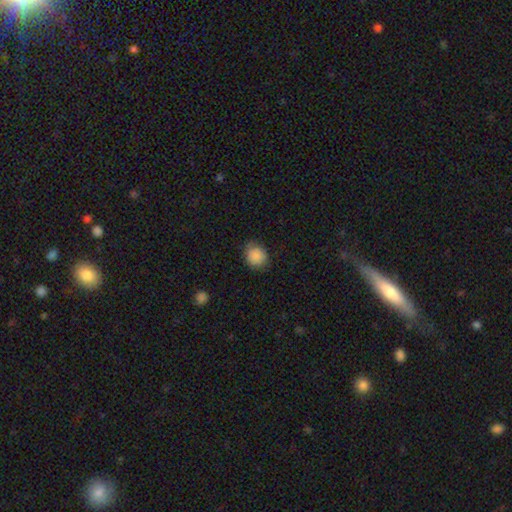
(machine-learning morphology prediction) smooth 88%, star or artifact 8%, featured or disk 4%. Down the decision tree: how rounded — round (75%); merging — none (78%).